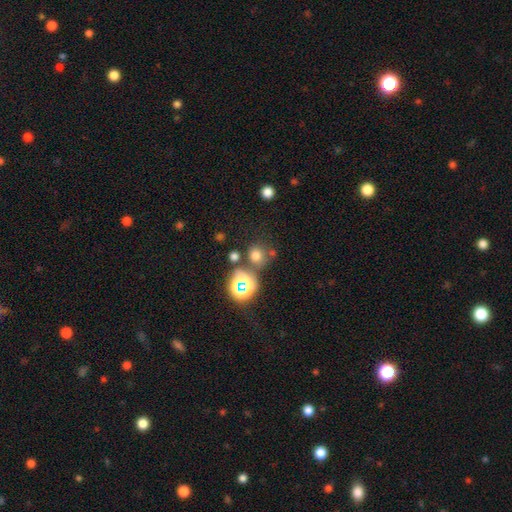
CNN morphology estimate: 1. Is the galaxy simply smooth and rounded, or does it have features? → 66% smooth, 26% star or artifact, 8% featured or disk.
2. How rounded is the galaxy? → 86% round, 13% in between, 1% cigar-shaped.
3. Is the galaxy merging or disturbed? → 68% none, 16% merger, 11% minor disturbance, 5% major disturbance.